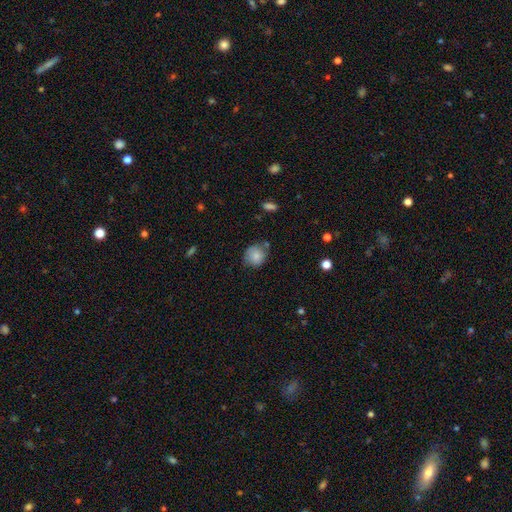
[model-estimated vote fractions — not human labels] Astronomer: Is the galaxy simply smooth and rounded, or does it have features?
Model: smooth — 80%.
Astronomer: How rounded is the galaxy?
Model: round — 79%.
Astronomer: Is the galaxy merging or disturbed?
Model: none — 65%.